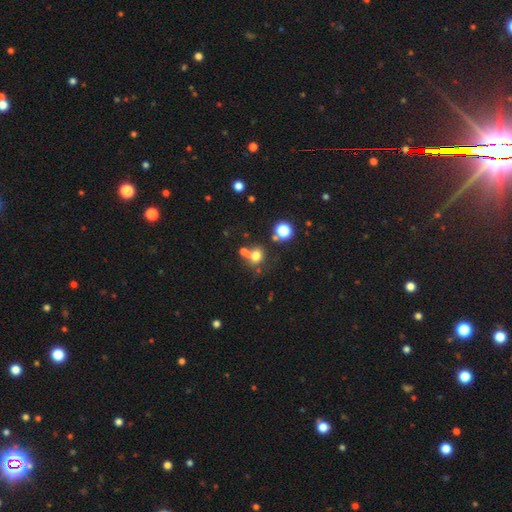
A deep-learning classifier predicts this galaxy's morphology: A smooth galaxy with no disk features (66%) that is round (64%). Merging: none (49%).